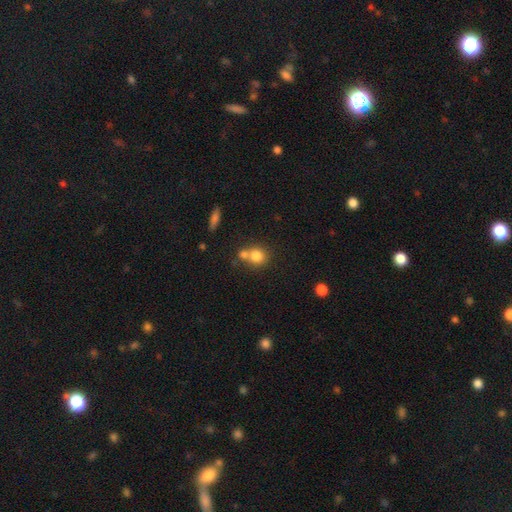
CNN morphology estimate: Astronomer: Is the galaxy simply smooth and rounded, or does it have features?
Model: smooth — 79%.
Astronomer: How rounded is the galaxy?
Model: round — 80%.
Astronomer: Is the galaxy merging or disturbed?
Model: none — 44% (runner-up: merger, 43%).